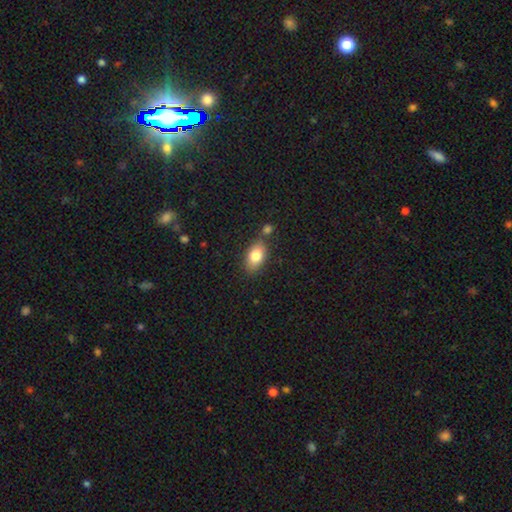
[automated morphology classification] This is clearly a smooth galaxy (81%). How rounded: clearly in between (88%). Merging: likely none (69%).